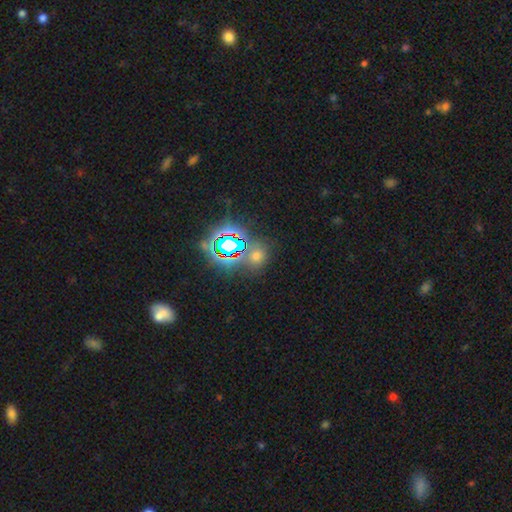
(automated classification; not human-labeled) Overall: star or artifact (52%; smooth 40%).